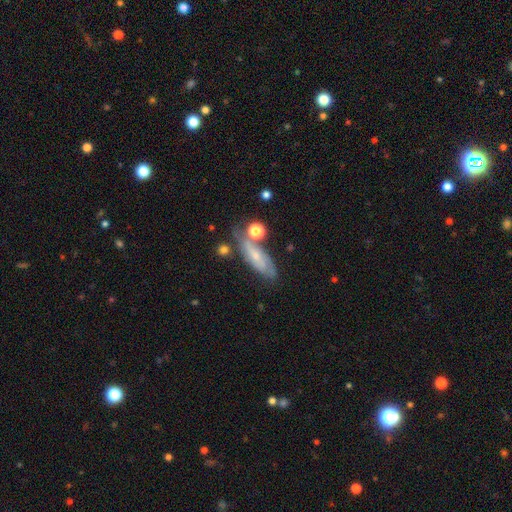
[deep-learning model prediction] Q: Smooth or featured?
A: featured or disk (47%); runner-up: smooth (43%)
Q: Merging?
A: none (55%); runner-up: minor disturbance (23%)